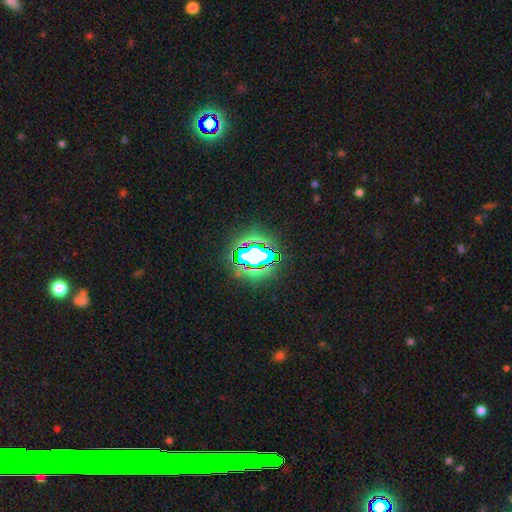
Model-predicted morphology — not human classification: Smooth or featured?
  - star or artifact: 62% *
  - smooth: 22%
  - featured or disk: 16%